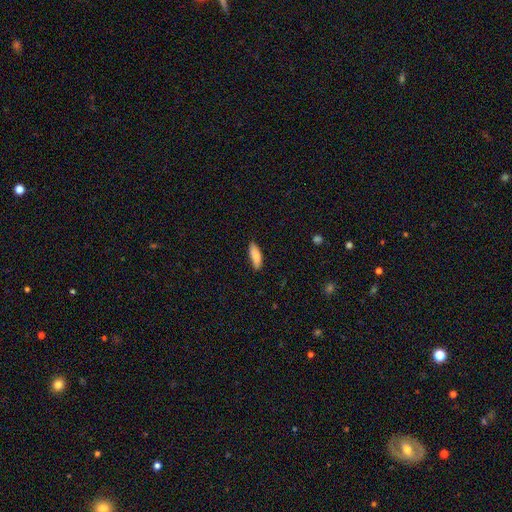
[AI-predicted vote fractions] Smooth or featured?
  - smooth: 86% *
  - featured or disk: 8%
  - star or artifact: 6%
How rounded?
  - in between: 68% *
  - cigar-shaped: 30%
  - round: 2%
Merging?
  - none: 82% *
  - minor disturbance: 15%
  - major disturbance: 2%
  - merger: 1%